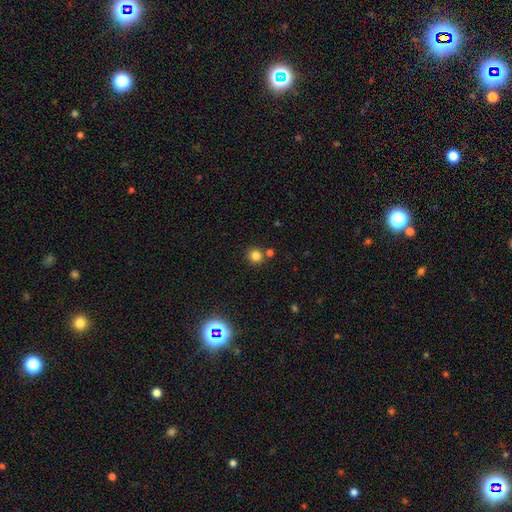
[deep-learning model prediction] Smooth or featured? smooth (81%)
How rounded? round (92%)
Merging? none (78%)